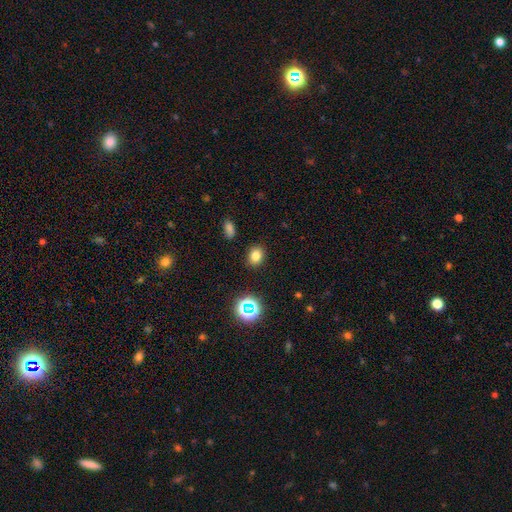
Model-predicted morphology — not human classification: Smooth or featured?
  - smooth: 77% *
  - star or artifact: 16%
  - featured or disk: 7%
How rounded?
  - round: 55% *
  - in between: 44%
  - cigar-shaped: 1%
Merging?
  - none: 88% *
  - minor disturbance: 8%
  - major disturbance: 3%
  - merger: 2%